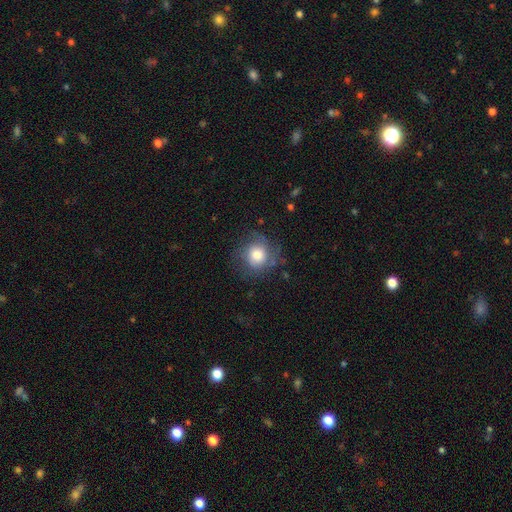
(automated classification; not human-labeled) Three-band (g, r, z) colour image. It shows a smooth galaxy with no disk features (66%) that is round (86%). Merging: none (66%).